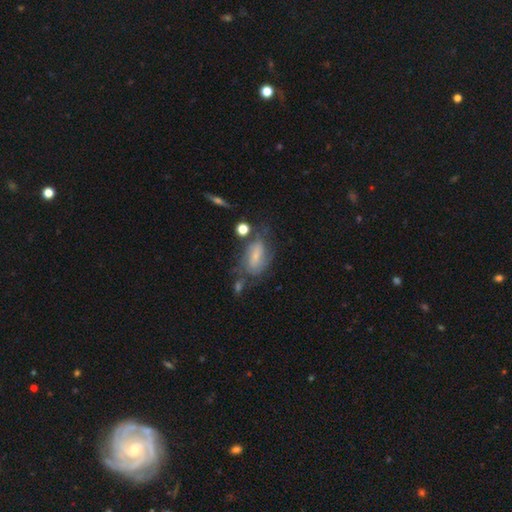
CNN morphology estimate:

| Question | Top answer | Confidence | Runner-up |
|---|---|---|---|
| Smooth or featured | featured or disk | 47% | smooth (43%) |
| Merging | none | 44% | minor disturbance (25%) |